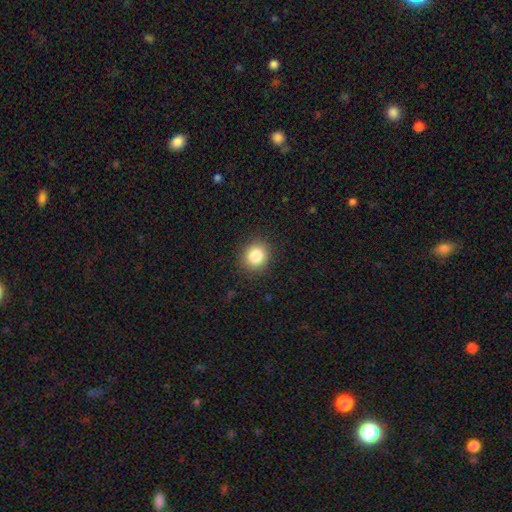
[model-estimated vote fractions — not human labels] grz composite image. It shows a smooth galaxy with no disk features (85%) that is round (82%). Merging: none (89%).